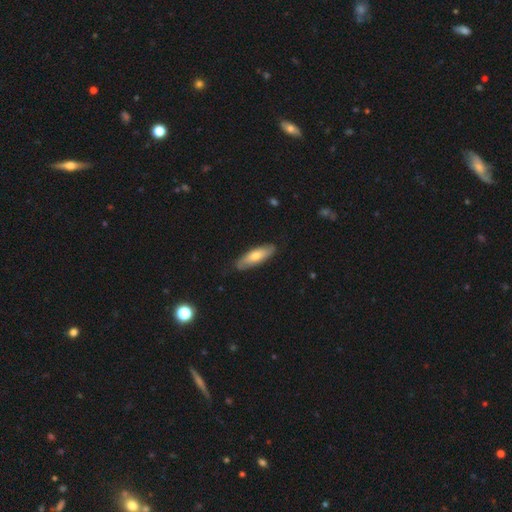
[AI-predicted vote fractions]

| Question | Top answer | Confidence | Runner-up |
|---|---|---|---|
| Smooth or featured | smooth | 62% | featured or disk (33%) |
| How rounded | in between | 52% | cigar-shaped (46%) |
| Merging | none | 84% | minor disturbance (13%) |